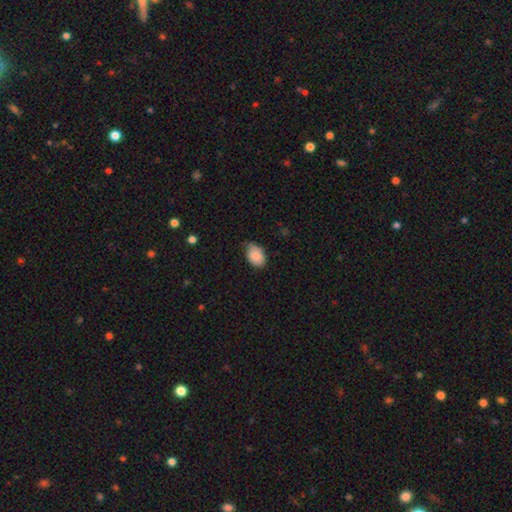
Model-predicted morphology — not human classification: Smooth or featured: smooth — 86% (star or artifact — 7%)
How rounded: in between — 84% (round — 15%)
Merging: none — 54% (minor disturbance — 38%)